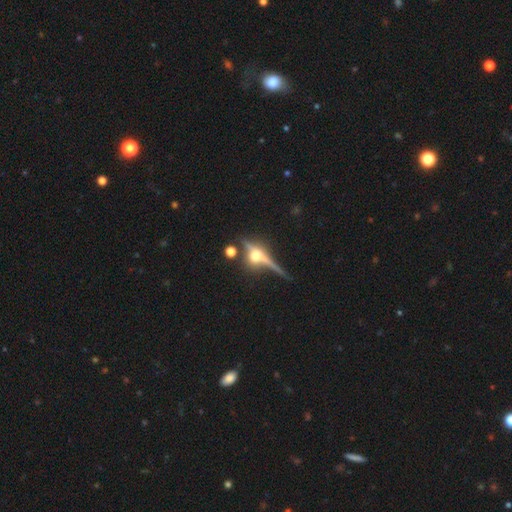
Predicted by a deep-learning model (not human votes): The model was most divided on "smooth or featured": featured or disk: 68%, smooth: 19%, star or artifact: 12%. More confident: edge-on bulge — rounded (92%); edge-on disk — yes (89%); merging — none (72%).